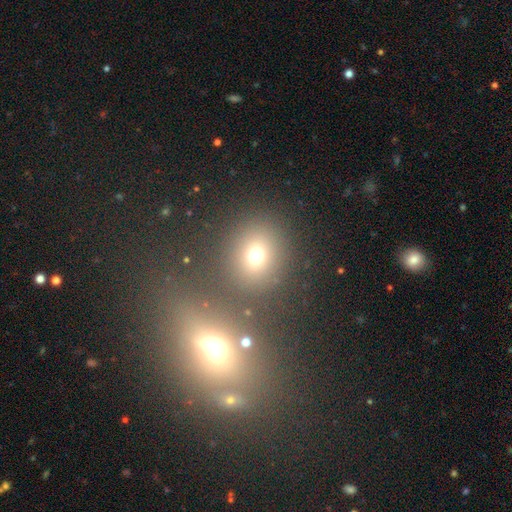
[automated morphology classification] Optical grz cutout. It shows a smooth galaxy with no disk features (68%) that is round (75%). Merging: none (78%).